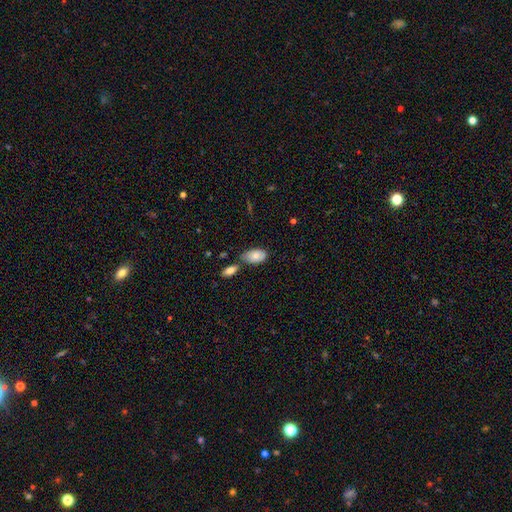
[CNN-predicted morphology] This is likely a smooth galaxy (79%). How rounded: clearly in between (93%). Merging: possibly none (54%).